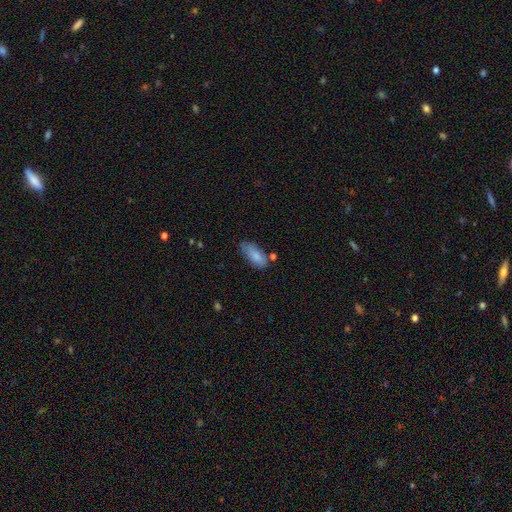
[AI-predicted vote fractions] This is clearly a smooth galaxy (82%). How rounded: clearly in between (85%). Merging: likely none (60%).